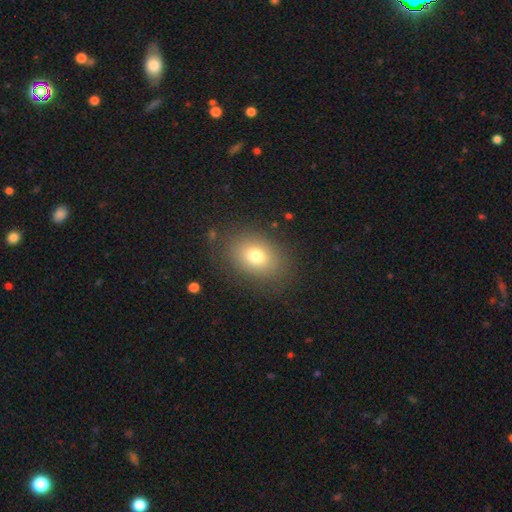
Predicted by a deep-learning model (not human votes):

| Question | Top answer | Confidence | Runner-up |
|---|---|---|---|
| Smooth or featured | smooth | 76% | featured or disk (13%) |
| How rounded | in between | 69% | round (30%) |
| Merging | none | 83% | minor disturbance (11%) |